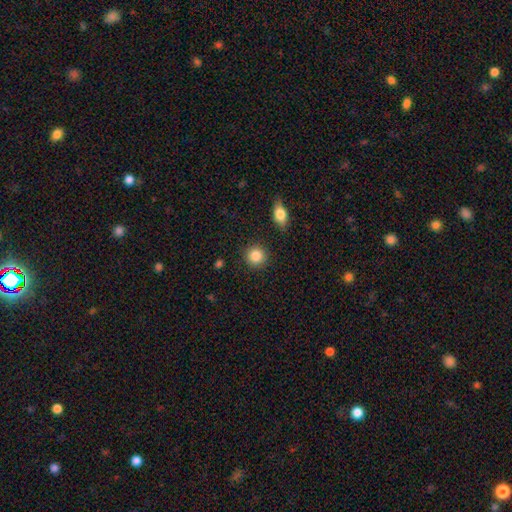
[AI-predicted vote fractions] A smooth galaxy with no disk features (87%) that is round (91%). Merging: none (89%).